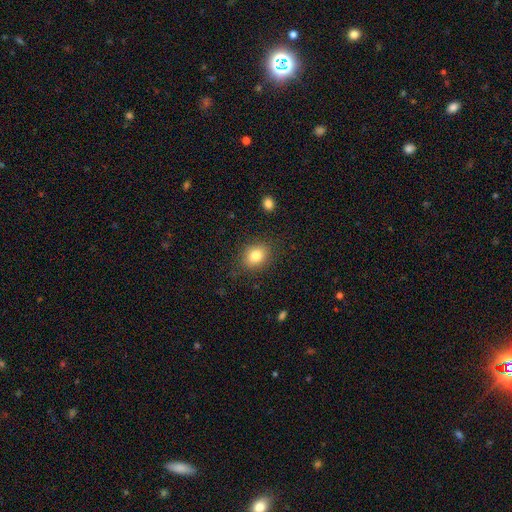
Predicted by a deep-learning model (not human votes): Q: Smooth or featured?
A: smooth (83%); runner-up: star or artifact (10%)
Q: How rounded?
A: round (52%); runner-up: in between (47%)
Q: Merging?
A: none (85%); runner-up: minor disturbance (10%)